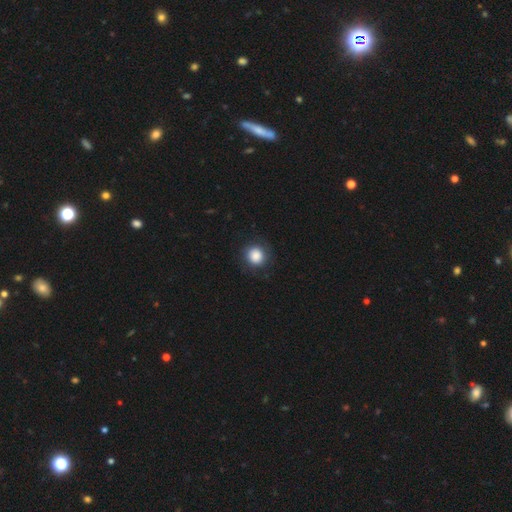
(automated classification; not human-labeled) This appears to be a smooth galaxy with no disk features (86%) that is round (89%). Merging: none (86%).